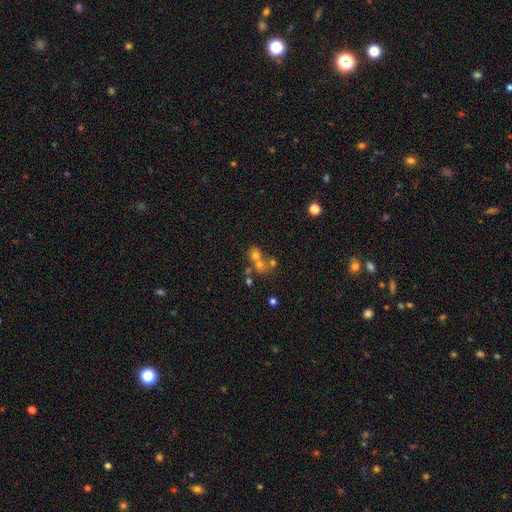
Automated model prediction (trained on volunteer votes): Q: Smooth or featured?
A: smooth (59%); runner-up: featured or disk (23%)
Q: How rounded?
A: round (72%); runner-up: in between (27%)
Q: Merging?
A: merger (56%); runner-up: none (32%)